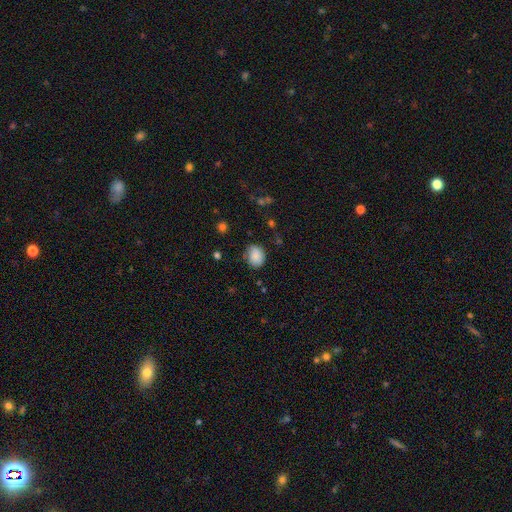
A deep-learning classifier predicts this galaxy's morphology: A smooth galaxy with no disk features (84%) that is in between round and cigar-shaped (50%).

Vote fractions:
- Smooth or featured? smooth: 84% / star or artifact: 8% / featured or disk: 8%
- How rounded? in between: 50% / round: 49% / cigar-shaped: 1%
- Merging? none: 70% / minor disturbance: 23% / major disturbance: 5% / merger: 2%